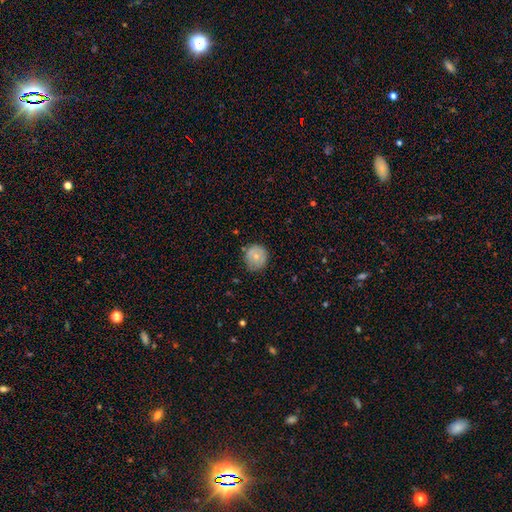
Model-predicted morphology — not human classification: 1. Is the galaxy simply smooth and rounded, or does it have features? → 65% smooth, 27% featured or disk, 8% star or artifact.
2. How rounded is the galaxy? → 87% round, 12% in between, 1% cigar-shaped.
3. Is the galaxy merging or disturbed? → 74% none, 21% minor disturbance, 4% major disturbance, 2% merger.